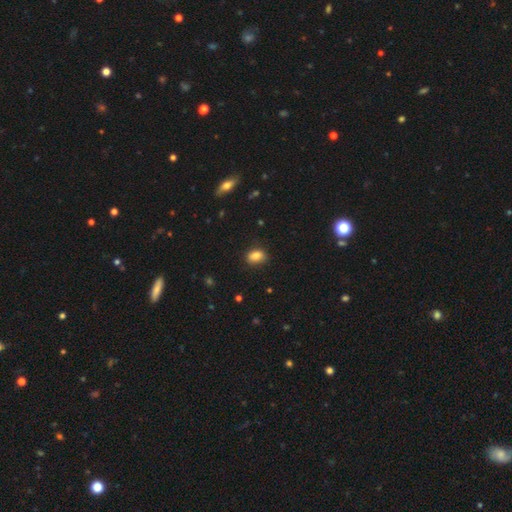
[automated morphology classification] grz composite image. It shows a smooth galaxy with no disk features (85%) that is in between round and cigar-shaped (80%). Merging: none (83%).